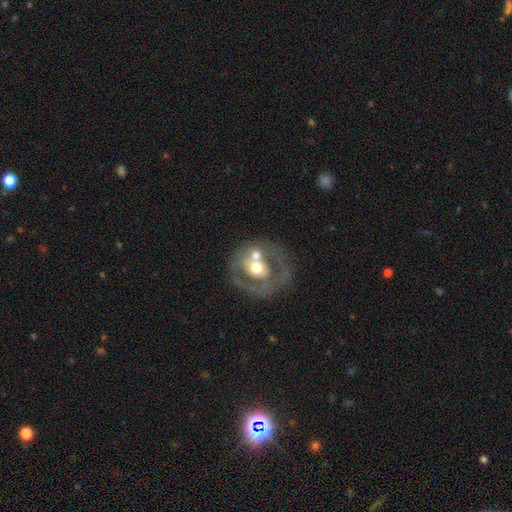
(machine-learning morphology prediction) Smooth or featured? featured or disk (59%)
Edge-on disk? no (95%)
Bar? no (75%)
Spiral arms? no (80%)
Bulge size? moderate (66%)
Merging? none (48%)